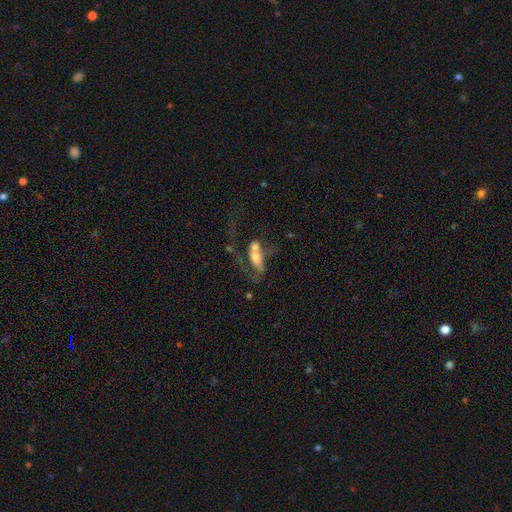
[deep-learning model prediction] Smooth or featured: smooth — 48% (featured or disk — 42%)
Merging: merger — 55% (major disturbance — 23%)